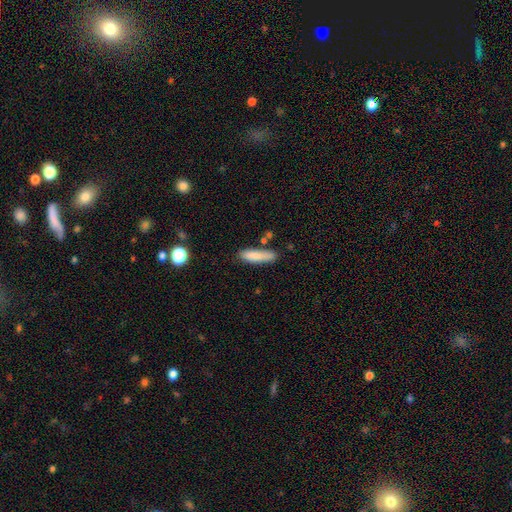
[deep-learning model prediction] Q: Smooth or featured?
A: smooth (83%); runner-up: featured or disk (10%)
Q: How rounded?
A: cigar-shaped (75%); runner-up: in between (23%)
Q: Merging?
A: none (75%); runner-up: minor disturbance (16%)